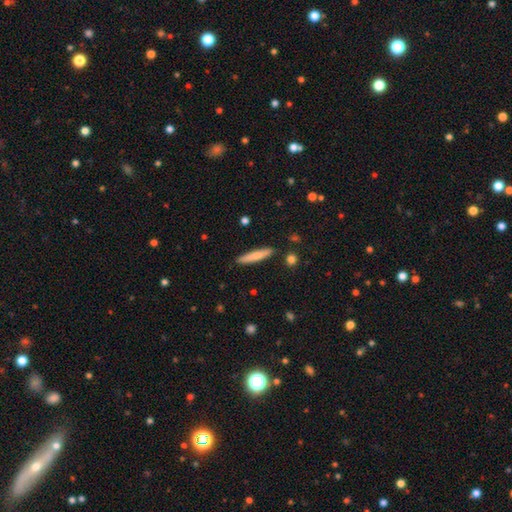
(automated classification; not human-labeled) Smooth or featured? smooth (72%)
How rounded? cigar-shaped (89%)
Merging? none (88%)